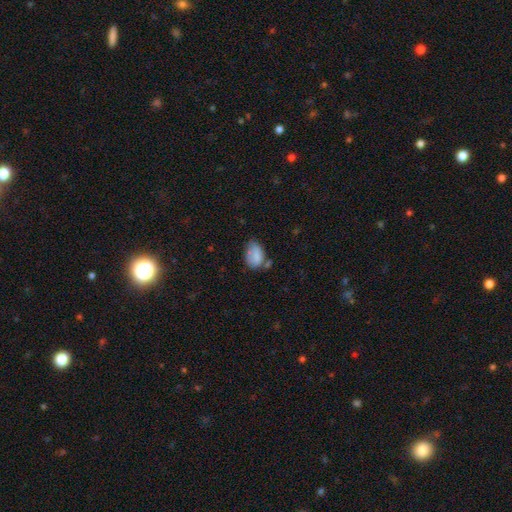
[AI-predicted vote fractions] The model was most divided on "merging": none: 45%, minor disturbance: 33%, merger: 11%, major disturbance: 11%. More confident: how rounded — in between (86%); smooth or featured — smooth (80%).